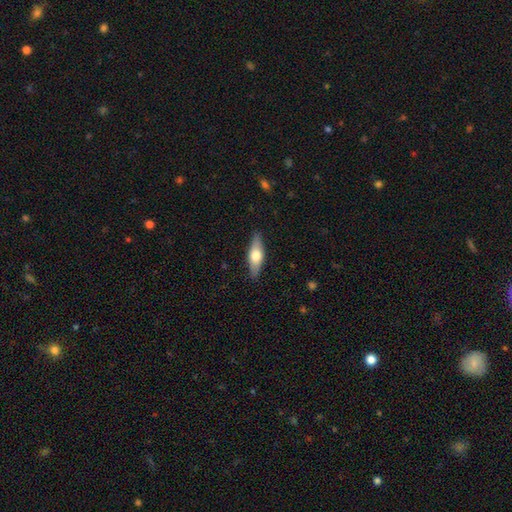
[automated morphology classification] A smooth galaxy with no disk features (53%) that is in between round and cigar-shaped (56%).

Vote fractions:
- Smooth or featured? smooth: 53% / featured or disk: 41% / star or artifact: 5%
- How rounded? in between: 56% / cigar-shaped: 41% / round: 3%
- Merging? none: 87% / minor disturbance: 10% / major disturbance: 2% / merger: 1%